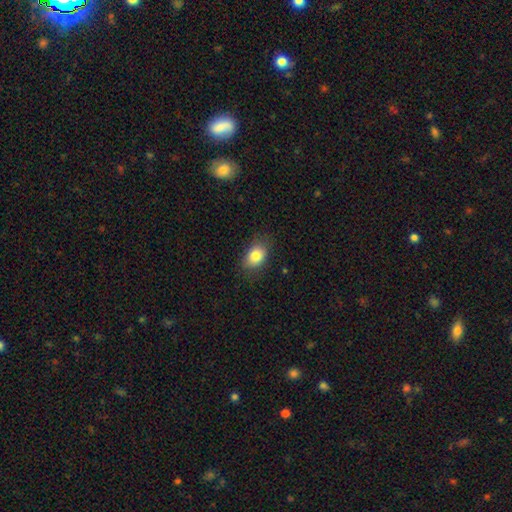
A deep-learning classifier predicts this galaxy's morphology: A smooth galaxy with no disk features (83%) that is in between round and cigar-shaped (79%). Merging: none (78%).